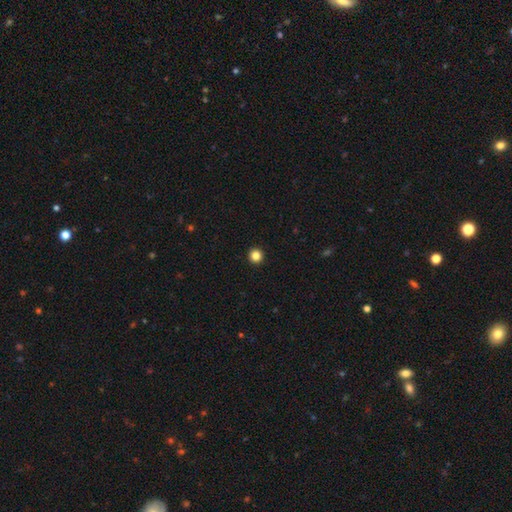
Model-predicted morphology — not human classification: Overall: smooth (85%). How rounded: round (96%). Merging: none (94%).